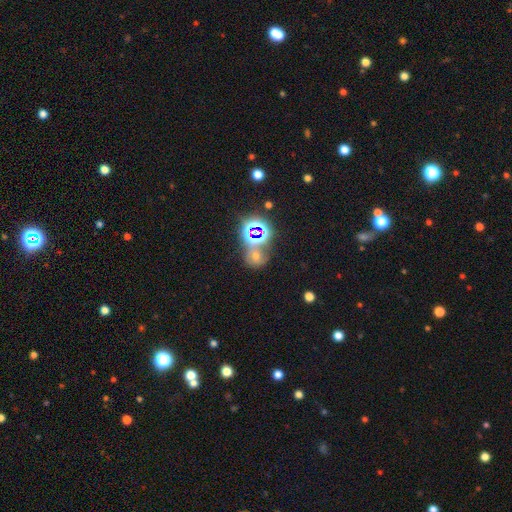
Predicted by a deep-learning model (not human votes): This is possibly a star or artifact rather than a galaxy (57%).